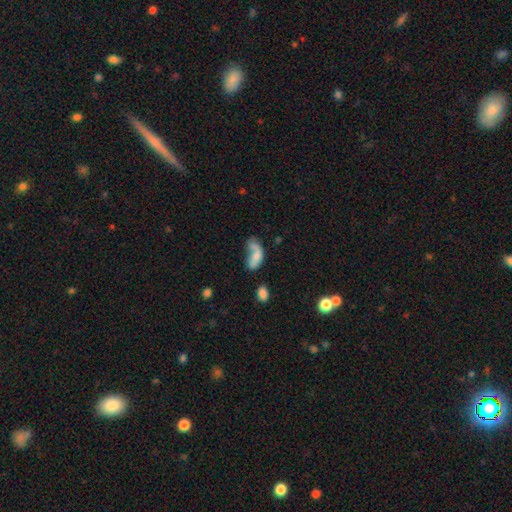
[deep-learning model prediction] Overall: smooth (59%; featured or disk 31%). How rounded: in between (85%). Merging: major disturbance (32%; merger 28%).